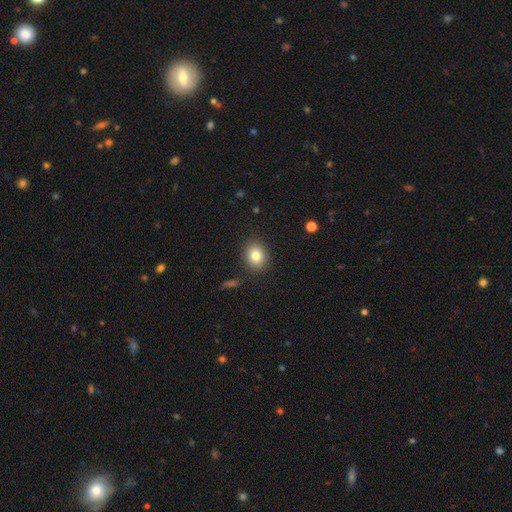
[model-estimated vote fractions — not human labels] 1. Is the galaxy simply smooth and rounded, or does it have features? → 81% smooth, 10% star or artifact, 9% featured or disk.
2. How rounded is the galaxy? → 57% round, 42% in between, 1% cigar-shaped.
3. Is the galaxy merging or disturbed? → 87% none, 9% minor disturbance, 3% major disturbance, 2% merger.